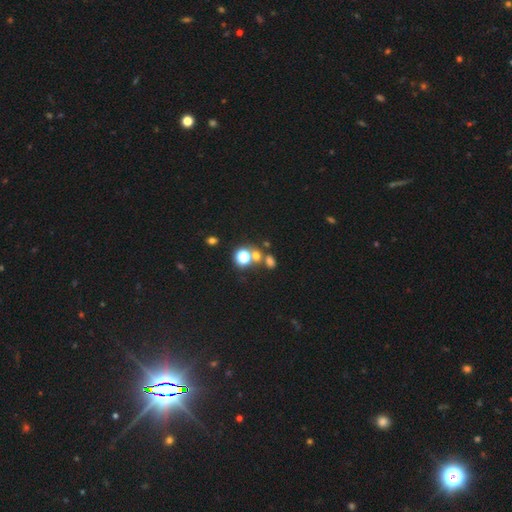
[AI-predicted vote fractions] smooth-or-featured: smooth: 56% | star or artifact: 35% | featured or disk: 10%
  how-rounded: round: 65% | in between: 34% | cigar-shaped: 2%
  merging: none: 52% | merger: 33% | minor disturbance: 9% | major disturbance: 6%